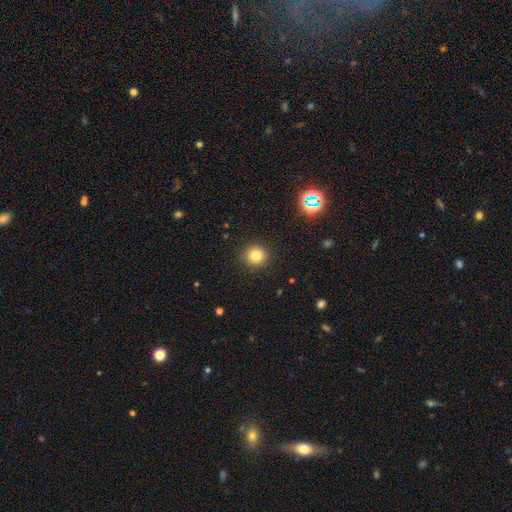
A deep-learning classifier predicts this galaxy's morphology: smooth 81%, star or artifact 13%, featured or disk 6%. Down the decision tree: how rounded — round (93%); merging — none (91%).